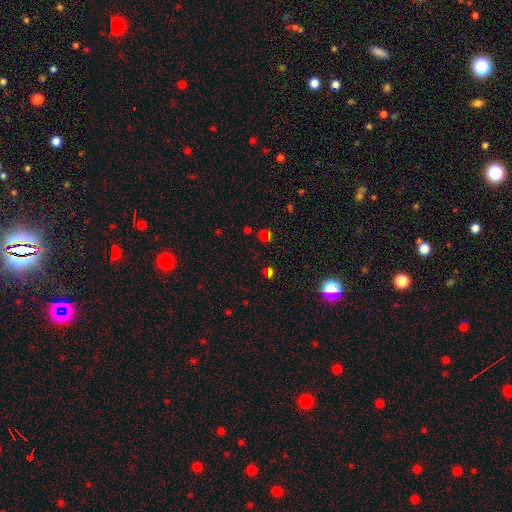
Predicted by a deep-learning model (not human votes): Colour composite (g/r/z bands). It shows a star or artifact, not a galaxy (52%).